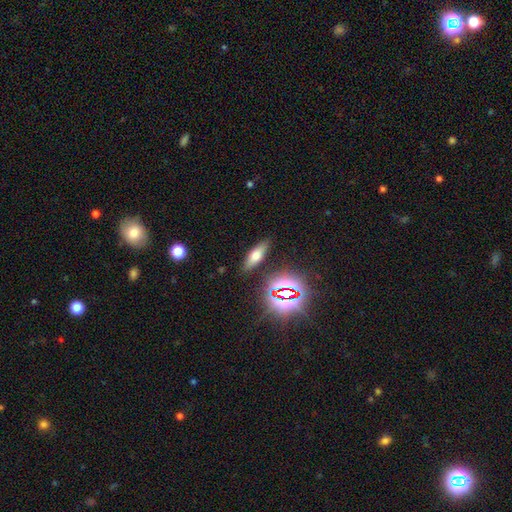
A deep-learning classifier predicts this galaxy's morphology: A smooth galaxy with no disk features (58%) that is in between round and cigar-shaped (56%). Merging: none (85%).